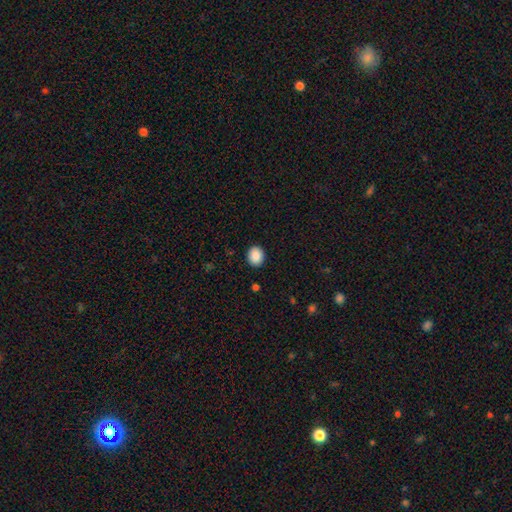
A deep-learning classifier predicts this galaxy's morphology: The model was most divided on "how rounded": round: 59%, in between: 40%, cigar-shaped: 1%. More confident: merging — none (91%); smooth or featured — smooth (88%).